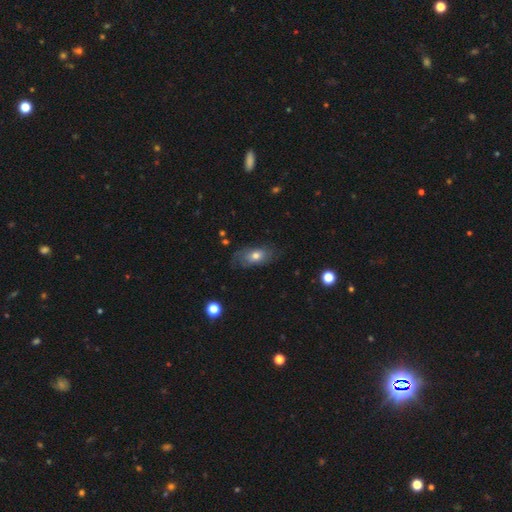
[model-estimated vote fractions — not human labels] smooth 56%, featured or disk 34%, star or artifact 9%. Down the decision tree: how rounded — in between (85%); merging — none (65%).